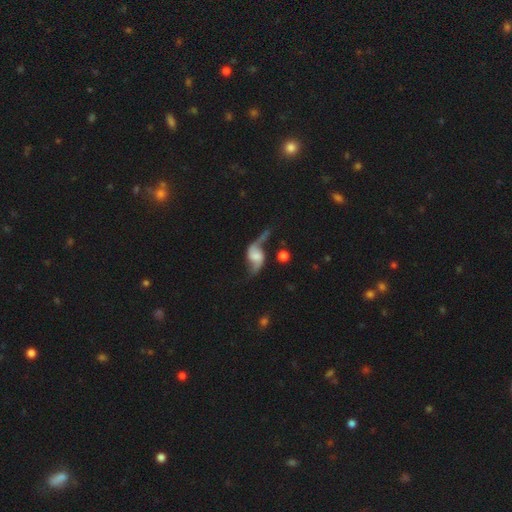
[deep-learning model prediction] A featured or disk galaxy (83%) with no bar (47%), 2 (92%) loose (86%) spiral arms (95%) and no central bulge (32%).

Vote fractions:
- Smooth or featured? featured or disk: 83% / smooth: 11% / star or artifact: 6%
- Edge-on disk? no: 96% / yes: 4%
- Bar? no: 47% / weak: 40% / strong: 14%
- Spiral arms? yes: 95% / no: 5%
- Spiral winding? loose: 86% / medium: 11% / tight: 3%
- Spiral arm count? 2: 92% / 1: 3% / can't tell: 2% / 3: 1% / 4: 1% / more than 4: 1%
- Bulge size? none: 32% / small: 23% / moderate: 22% / large: 17% / dominant: 5%
- Merging? none: 54% / minor disturbance: 20% / major disturbance: 17% / merger: 9%